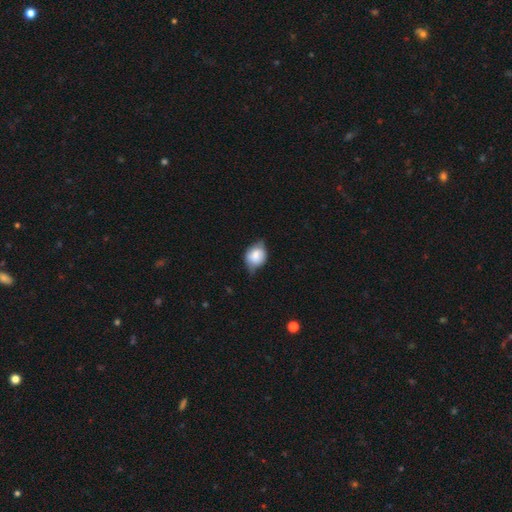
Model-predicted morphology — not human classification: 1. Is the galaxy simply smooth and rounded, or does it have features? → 61% smooth, 30% featured or disk, 9% star or artifact.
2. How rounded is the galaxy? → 53% round, 45% in between, 2% cigar-shaped.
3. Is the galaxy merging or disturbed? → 50% none, 36% minor disturbance, 12% major disturbance, 2% merger.